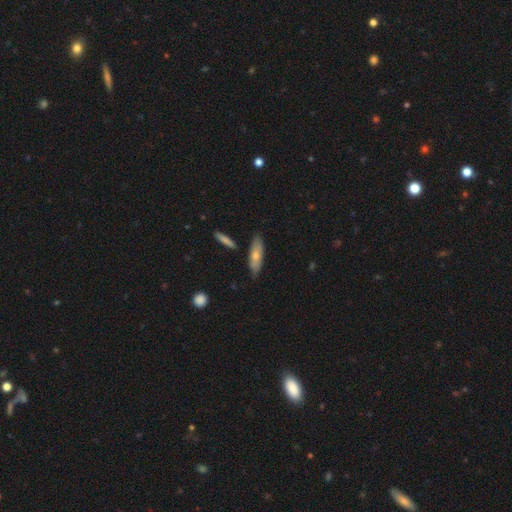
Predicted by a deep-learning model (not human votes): A smooth galaxy with no disk features (67%) that is in between round and cigar-shaped (53%).

Vote fractions:
- Smooth or featured? smooth: 67% / featured or disk: 27% / star or artifact: 6%
- How rounded? in between: 53% / cigar-shaped: 45% / round: 2%
- Merging? none: 79% / minor disturbance: 15% / merger: 4% / major disturbance: 3%